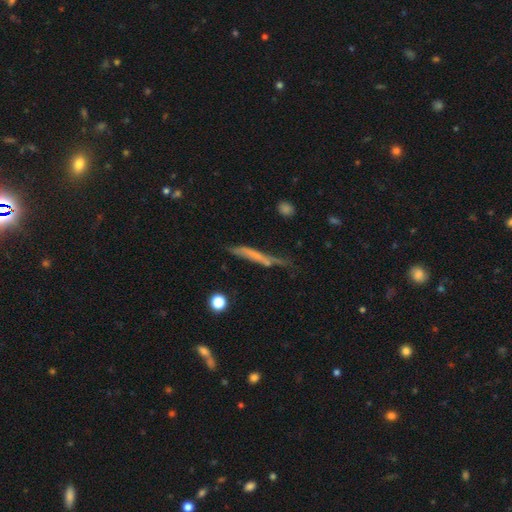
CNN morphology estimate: Overall: smooth (48%; featured or disk 42%). Merging: none (53%; minor disturbance 28%).